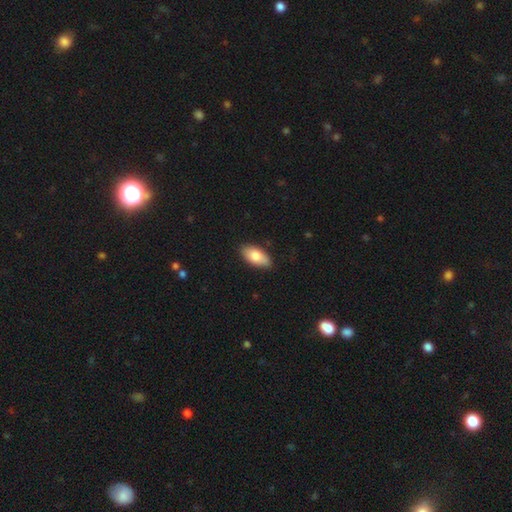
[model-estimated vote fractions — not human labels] Q: Smooth or featured?
A: smooth (78%); runner-up: featured or disk (15%)
Q: How rounded?
A: in between (92%); runner-up: cigar-shaped (5%)
Q: Merging?
A: none (84%); runner-up: minor disturbance (13%)